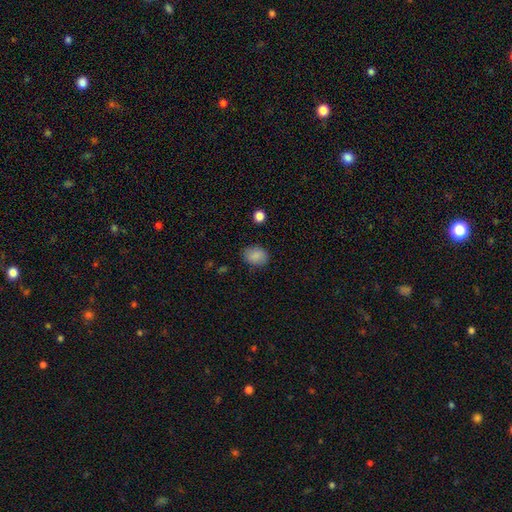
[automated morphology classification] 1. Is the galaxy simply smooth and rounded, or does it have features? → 86% smooth, 9% star or artifact, 5% featured or disk.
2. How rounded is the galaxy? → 62% in between, 37% round, 1% cigar-shaped.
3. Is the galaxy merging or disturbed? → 83% none, 13% minor disturbance, 3% major disturbance, 1% merger.